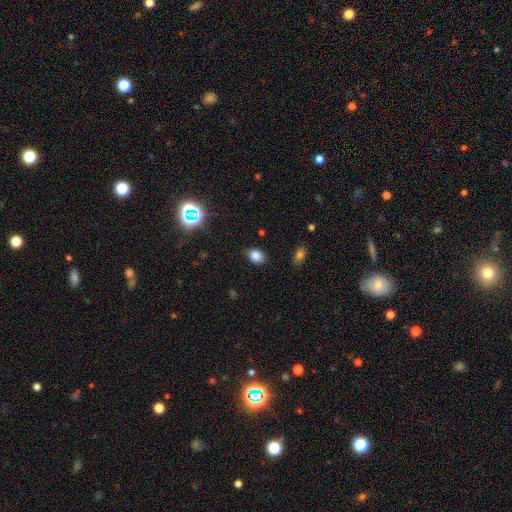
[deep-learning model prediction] Morphology: type=smooth (82%); roundness=in between (70%); merging=none (83%).